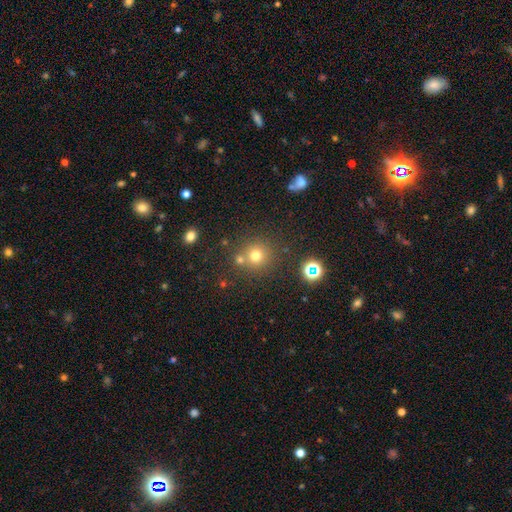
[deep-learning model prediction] A smooth galaxy with no disk features (72%) that is round (93%).

Vote fractions:
- Smooth or featured? smooth: 72% / star or artifact: 20% / featured or disk: 9%
- How rounded? round: 93% / in between: 6% / cigar-shaped: 1%
- Merging? none: 74% / merger: 14% / minor disturbance: 8% / major disturbance: 4%